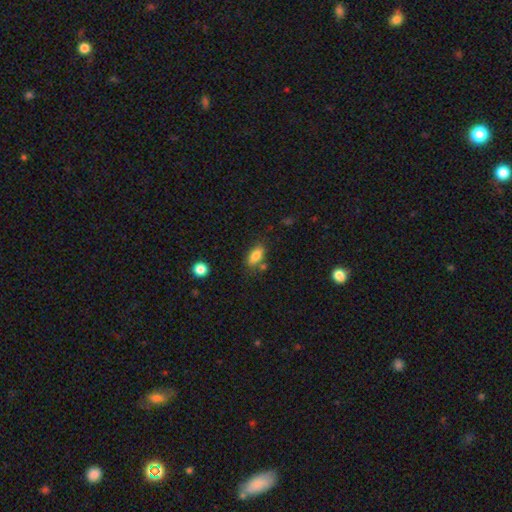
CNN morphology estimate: smooth-or-featured: smooth: 82% | featured or disk: 9% | star or artifact: 9%
  how-rounded: in between: 85% | cigar-shaped: 10% | round: 5%
  merging: none: 71% | minor disturbance: 16% | merger: 9% | major disturbance: 4%